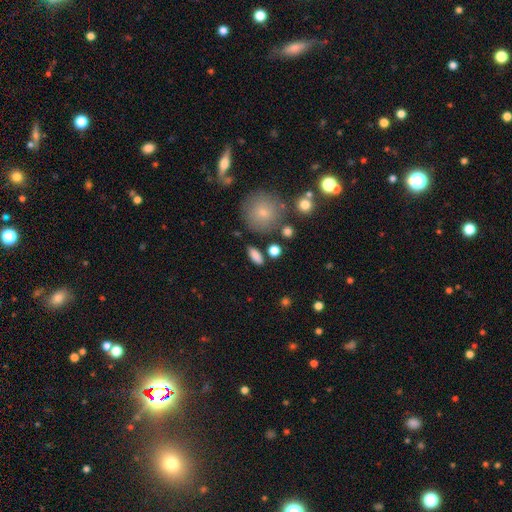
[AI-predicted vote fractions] A smooth galaxy with no disk features (84%) that is in between round and cigar-shaped (75%).

Vote fractions:
- Smooth or featured? smooth: 84% / star or artifact: 9% / featured or disk: 8%
- How rounded? in between: 75% / cigar-shaped: 16% / round: 9%
- Merging? none: 83% / minor disturbance: 9% / merger: 4% / major disturbance: 3%